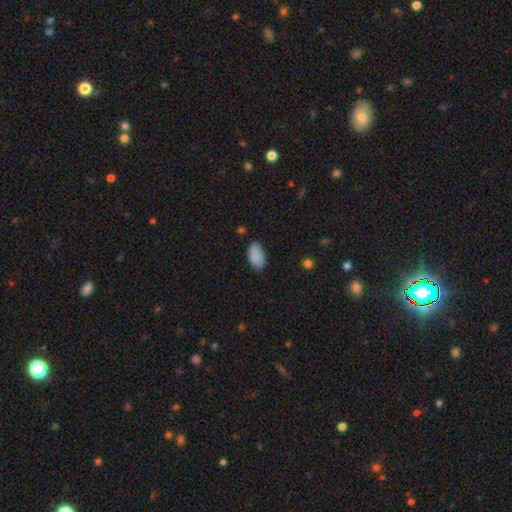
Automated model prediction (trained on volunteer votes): Morphology: type=smooth (89%); roundness=in between (94%); merging=none (79%).